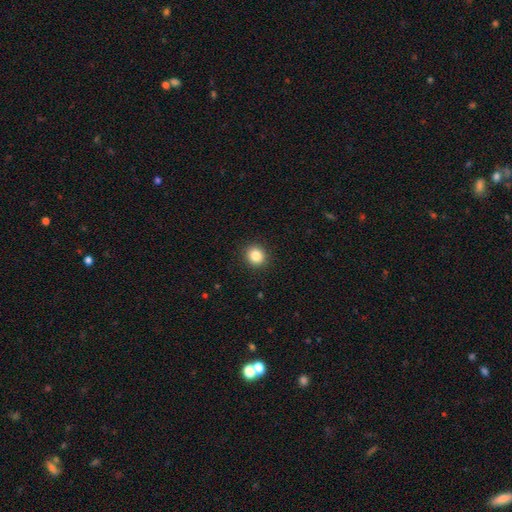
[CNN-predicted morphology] A smooth galaxy with no disk features (86%) that is round (81%).

Vote fractions:
- Smooth or featured? smooth: 86% / star or artifact: 10% / featured or disk: 5%
- How rounded? round: 81% / in between: 18% / cigar-shaped: 1%
- Merging? none: 91% / minor disturbance: 6% / major disturbance: 2% / merger: 1%